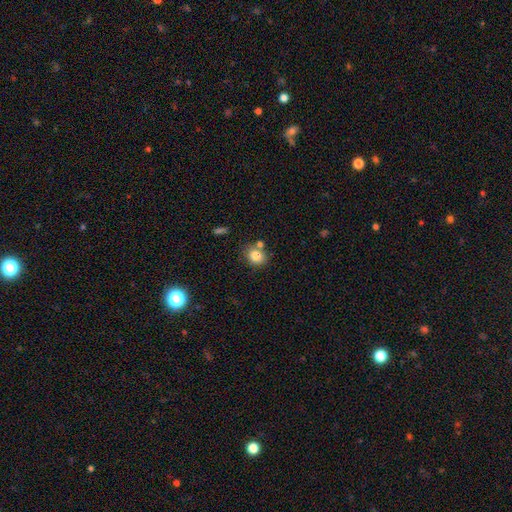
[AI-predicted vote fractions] smooth_or_featured: smooth (p=0.82) [alt: star or artifact p=0.10]
how_rounded: round (p=0.59) [alt: in between p=0.40]
merging: none (p=0.68) [alt: merger p=0.15]